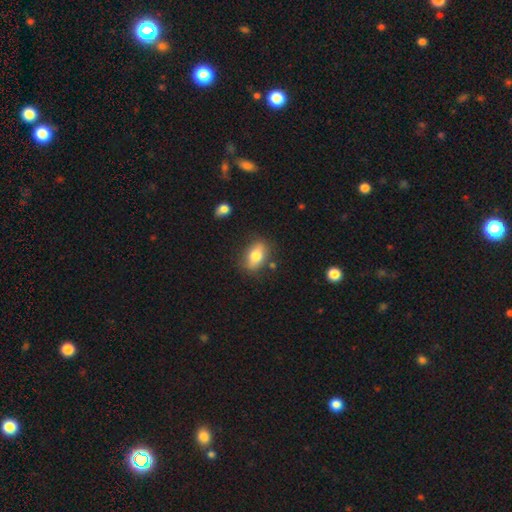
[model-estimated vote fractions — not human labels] A smooth galaxy with no disk features (77%) that is in between round and cigar-shaped (84%). Merging: none (78%).